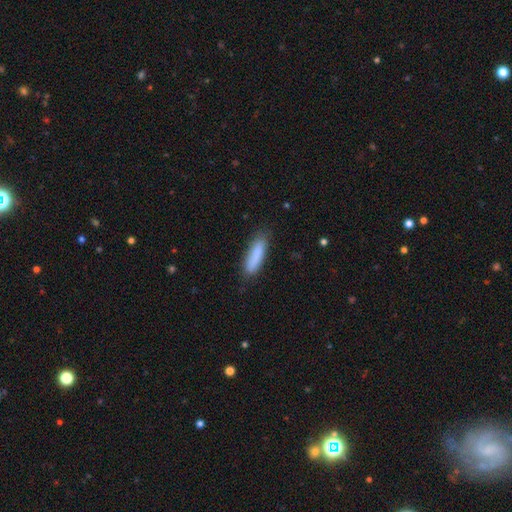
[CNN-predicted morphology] Overall: smooth (86%). How rounded: cigar-shaped (65%; in between 33%). Merging: none (80%).